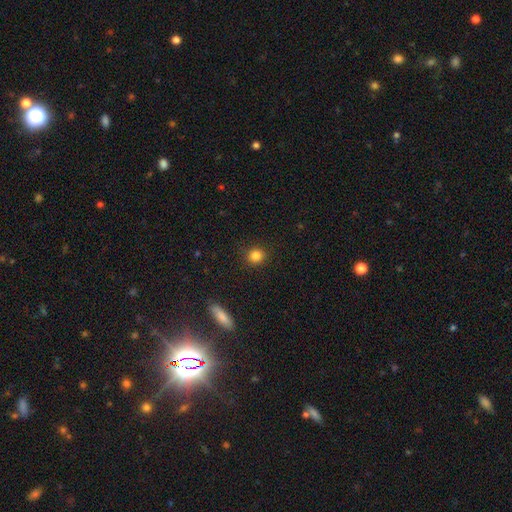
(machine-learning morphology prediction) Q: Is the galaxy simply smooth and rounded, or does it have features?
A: smooth — 84%.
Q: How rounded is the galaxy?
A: round — 89%.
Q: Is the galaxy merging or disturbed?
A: none — 90%.